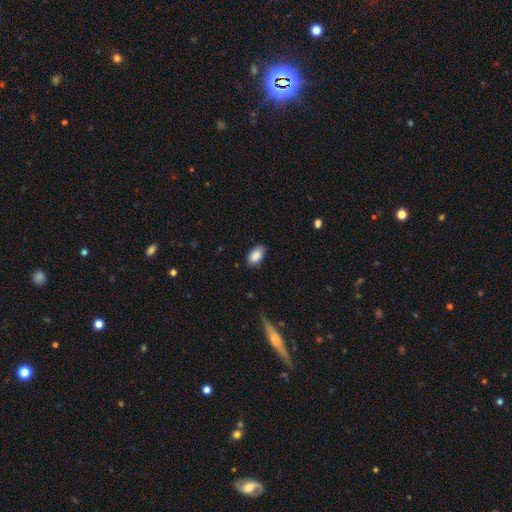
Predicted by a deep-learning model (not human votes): Overall: smooth (88%). How rounded: in between (93%). Merging: none (82%).